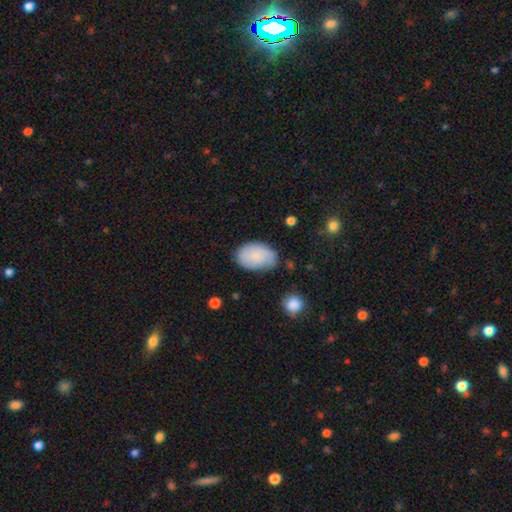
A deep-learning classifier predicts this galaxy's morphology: smooth 77%, featured or disk 16%, star or artifact 7%. Down the decision tree: how rounded — in between (89%); merging — none (66%).